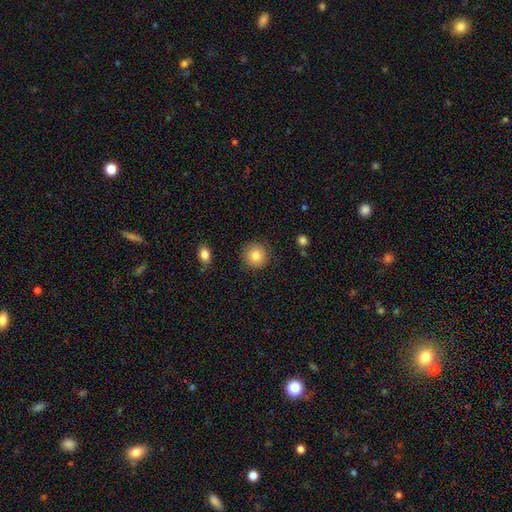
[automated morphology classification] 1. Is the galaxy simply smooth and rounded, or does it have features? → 84% smooth, 9% star or artifact, 7% featured or disk.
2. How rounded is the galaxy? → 93% round, 6% in between, 1% cigar-shaped.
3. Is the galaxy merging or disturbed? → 87% none, 9% minor disturbance, 3% major disturbance, 2% merger.